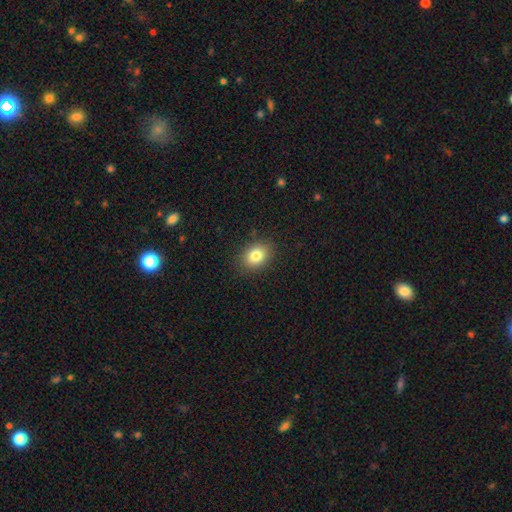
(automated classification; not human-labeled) This is clearly a smooth galaxy (82%). How rounded: likely in between (63%). Merging: clearly none (87%).